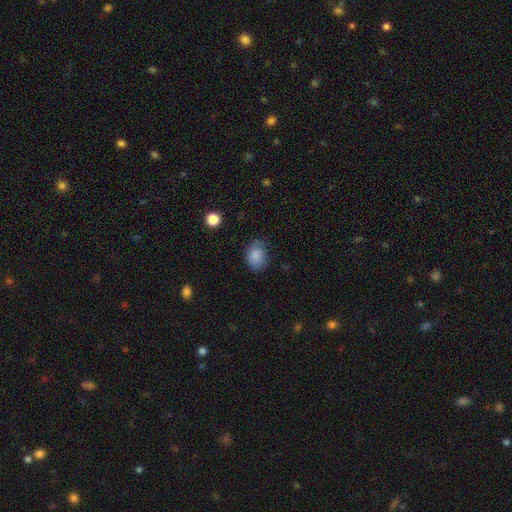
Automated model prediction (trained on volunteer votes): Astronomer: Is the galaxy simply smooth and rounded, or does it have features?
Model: smooth — 85%.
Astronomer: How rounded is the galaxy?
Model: in between — 58% (runner-up: round, 41%).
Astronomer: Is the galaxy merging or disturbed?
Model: none — 68%.